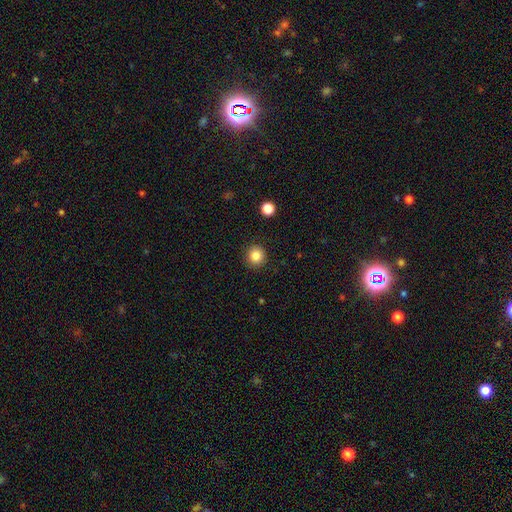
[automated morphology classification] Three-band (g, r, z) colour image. It shows a smooth galaxy with no disk features (85%) that is round (93%). Merging: none (91%).